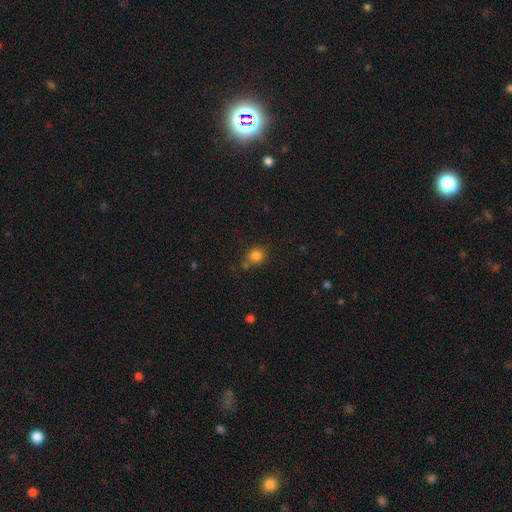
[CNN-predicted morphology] smooth-or-featured: smooth: 82% | star or artifact: 12% | featured or disk: 6%
  how-rounded: round: 75% | in between: 24% | cigar-shaped: 1%
  merging: none: 72% | minor disturbance: 16% | merger: 8% | major disturbance: 4%